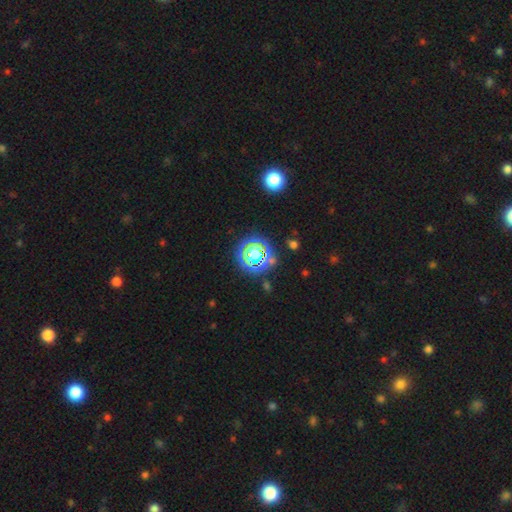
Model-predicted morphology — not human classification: The model was most divided on "smooth or featured": star or artifact: 57%, smooth: 29%, featured or disk: 15%.